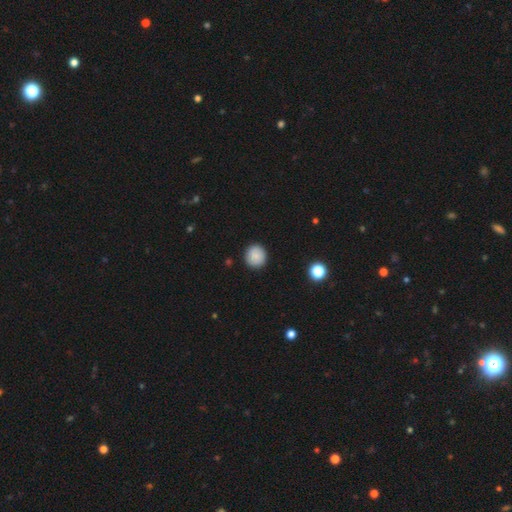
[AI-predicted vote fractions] smooth_or_featured: smooth (p=0.84) [alt: star or artifact p=0.09]
how_rounded: round (p=0.92) [alt: in between p=0.07]
merging: none (p=0.91) [alt: minor disturbance p=0.07]